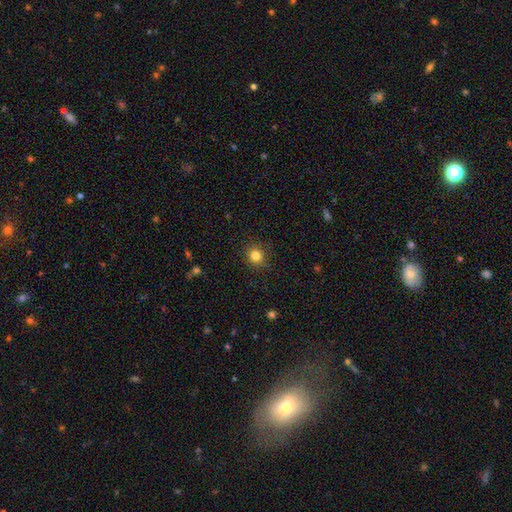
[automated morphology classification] Smooth or featured?
  - smooth: 83% *
  - star or artifact: 12%
  - featured or disk: 5%
How rounded?
  - round: 89% *
  - in between: 10%
  - cigar-shaped: 1%
Merging?
  - none: 89% *
  - minor disturbance: 8%
  - major disturbance: 2%
  - merger: 1%